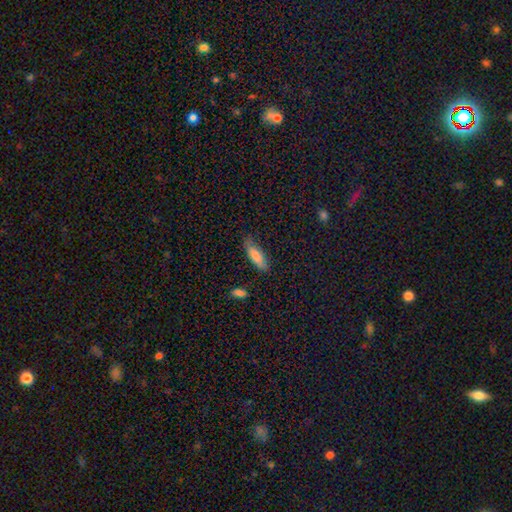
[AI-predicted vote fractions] Morphology: type=smooth (79%); roundness=cigar-shaped (49%, tied with in between); merging=none (78%).